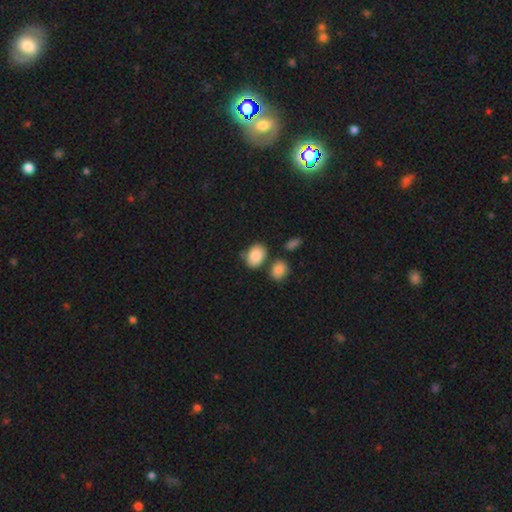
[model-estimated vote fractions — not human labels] Smooth or featured?
  - smooth: 87% *
  - star or artifact: 7%
  - featured or disk: 6%
How rounded?
  - in between: 73% *
  - round: 26%
  - cigar-shaped: 1%
Merging?
  - none: 62% *
  - minor disturbance: 17%
  - merger: 15%
  - major disturbance: 5%